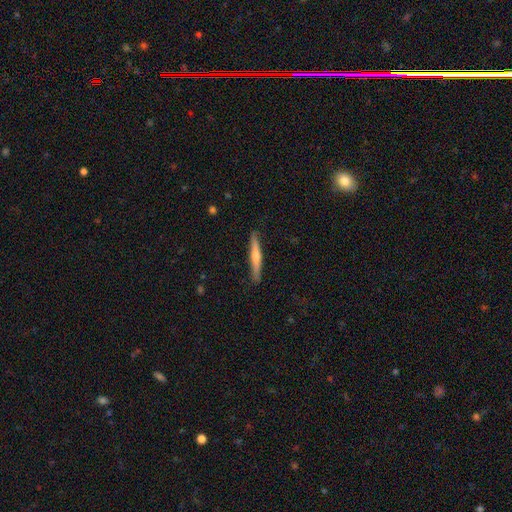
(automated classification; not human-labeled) Smooth or featured?
  - featured or disk: 53% *
  - smooth: 41%
  - star or artifact: 5%
Edge-on disk?
  - yes: 97% *
  - no: 3%
Edge-on bulge?
  - rounded: 76% *
  - none: 18%
  - boxy: 6%
Merging?
  - none: 90% *
  - minor disturbance: 8%
  - major disturbance: 1%
  - merger: 1%